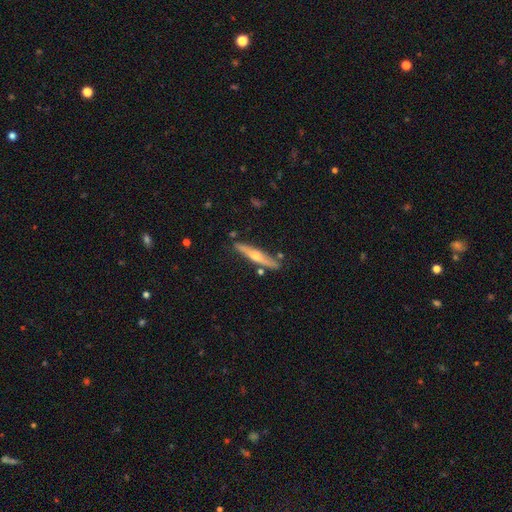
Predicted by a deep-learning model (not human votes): featured or disk 61%, smooth 33%, star or artifact 5%. Down the decision tree: edge-on disk — yes (94%); edge-on bulge — rounded (89%); merging — none (83%).